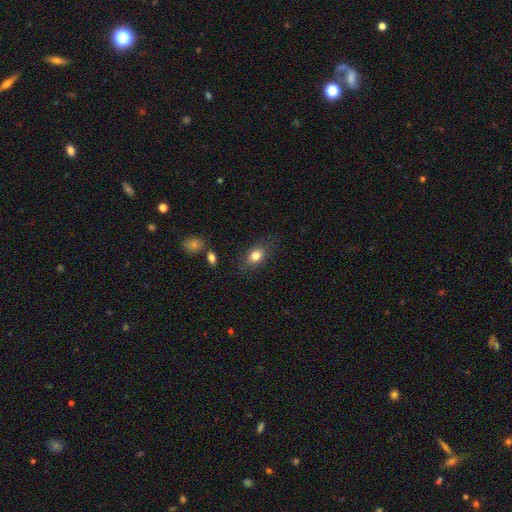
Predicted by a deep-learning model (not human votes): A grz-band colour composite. It shows a smooth galaxy with no disk features (81%) that is in between round and cigar-shaped (76%). Merging: none (78%).